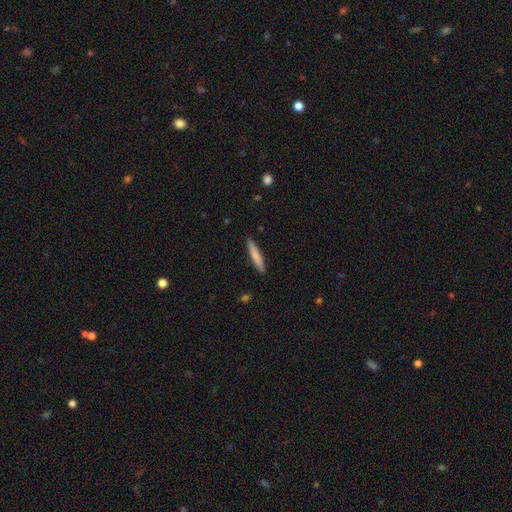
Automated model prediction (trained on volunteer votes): Overall: smooth (79%). How rounded: cigar-shaped (92%). Merging: none (90%).